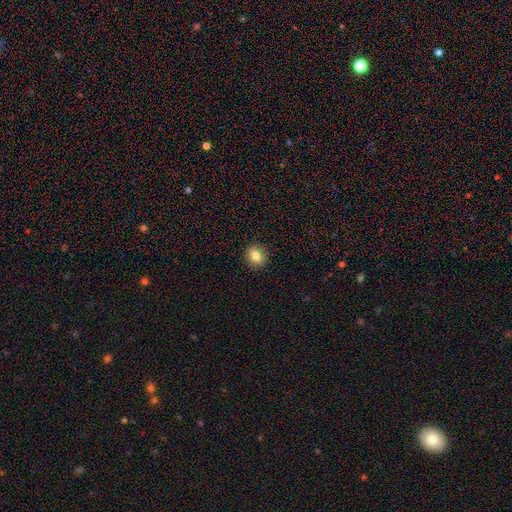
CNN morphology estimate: smooth-or-featured: smooth: 79% | featured or disk: 11% | star or artifact: 10%
  how-rounded: round: 68% | in between: 31% | cigar-shaped: 1%
  merging: none: 91% | minor disturbance: 6% | major disturbance: 2% | merger: 1%